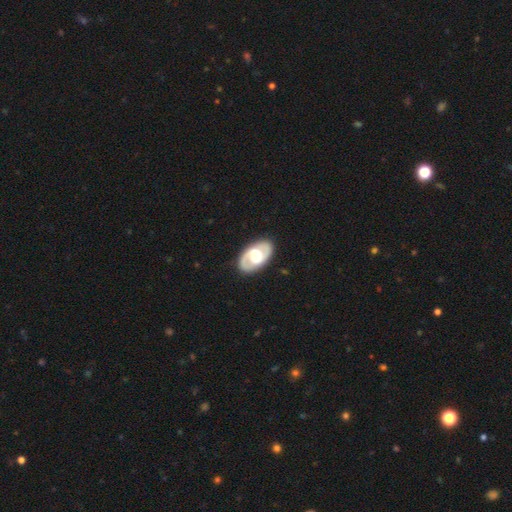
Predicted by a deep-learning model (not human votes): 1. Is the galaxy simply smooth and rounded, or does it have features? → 74% featured or disk, 21% smooth, 5% star or artifact.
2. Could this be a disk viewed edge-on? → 95% no, 5% yes.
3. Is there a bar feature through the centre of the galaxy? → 42% weak, 32% no, 26% strong.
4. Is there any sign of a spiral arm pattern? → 70% yes, 30% no.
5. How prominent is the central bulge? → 47% large, 38% moderate, 7% small, 4% dominant, 3% none.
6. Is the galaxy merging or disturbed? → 88% none, 9% minor disturbance, 3% major disturbance, 1% merger.